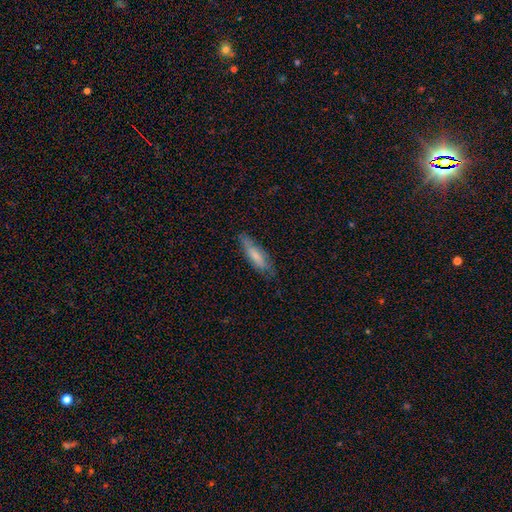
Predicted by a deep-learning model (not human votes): smooth_or_featured: smooth (p=0.67) [alt: featured or disk p=0.27]
how_rounded: cigar-shaped (p=0.62) [alt: in between p=0.37]
merging: none (p=0.72) [alt: minor disturbance p=0.22]